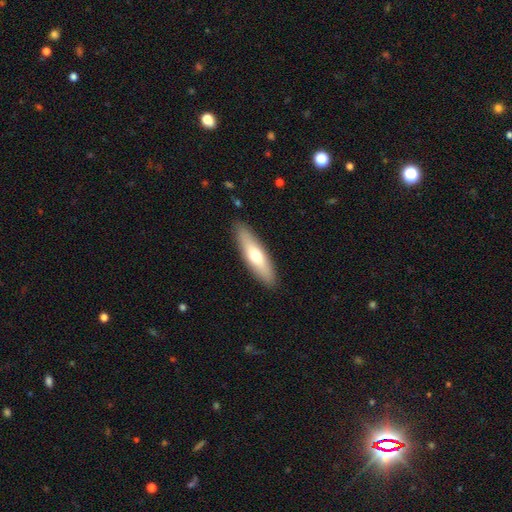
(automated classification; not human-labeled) A smooth galaxy with no disk features (62%) that is cigar-shaped (66%).

Vote fractions:
- Smooth or featured? smooth: 62% / featured or disk: 33% / star or artifact: 5%
- How rounded? cigar-shaped: 66% / in between: 32% / round: 2%
- Merging? none: 89% / minor disturbance: 8% / major disturbance: 2% / merger: 1%